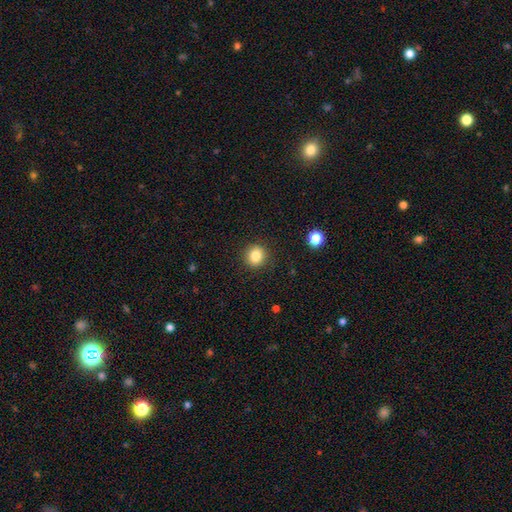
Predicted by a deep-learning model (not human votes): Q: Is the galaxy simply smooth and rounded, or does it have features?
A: smooth — 84%.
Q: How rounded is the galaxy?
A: round — 90%.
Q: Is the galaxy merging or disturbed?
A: none — 91%.